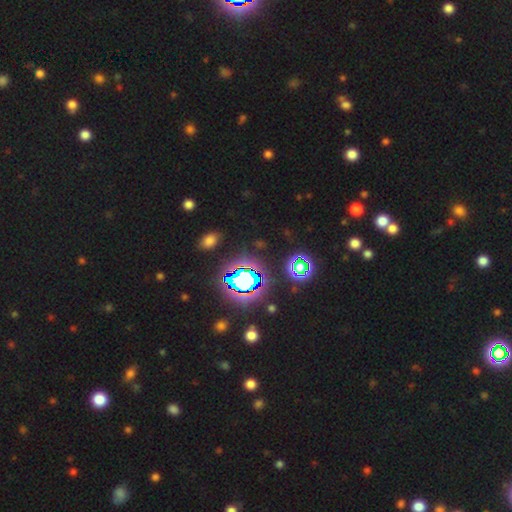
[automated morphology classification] Smooth or featured: star or artifact — 81% (smooth — 12%)